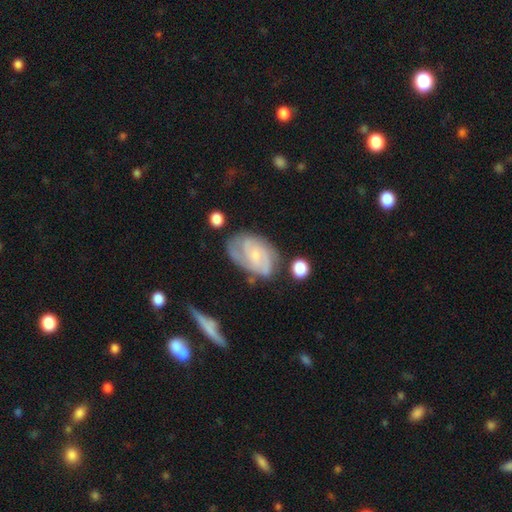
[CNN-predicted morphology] smooth-or-featured: featured or disk: 74% | smooth: 20% | star or artifact: 6%
  disk-edge-on: no: 96% | yes: 4%
    bar: no: 58% | weak: 35% | strong: 6%
    has-spiral-arms: yes: 91% | no: 9%
      spiral-winding: tight: 47% | medium: 40% | loose: 13%
      spiral-arm-count: 2: 44% | can't tell: 26% | 3: 19% | 4: 4% | 1: 4% | more than 4: 3%
    bulge-size: small: 68% | moderate: 23% | none: 7% | large: 2% | dominant: 1%
  merging: none: 63% | minor disturbance: 23% | major disturbance: 9% | merger: 5%